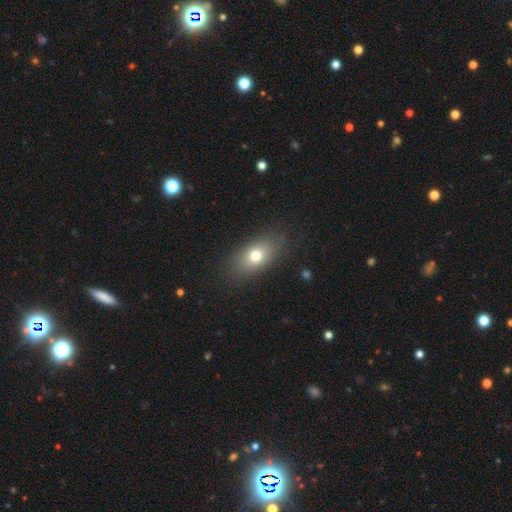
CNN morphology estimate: Smooth or featured: smooth — 72% (featured or disk — 17%)
How rounded: in between — 81% (round — 13%)
Merging: none — 83% (minor disturbance — 11%)